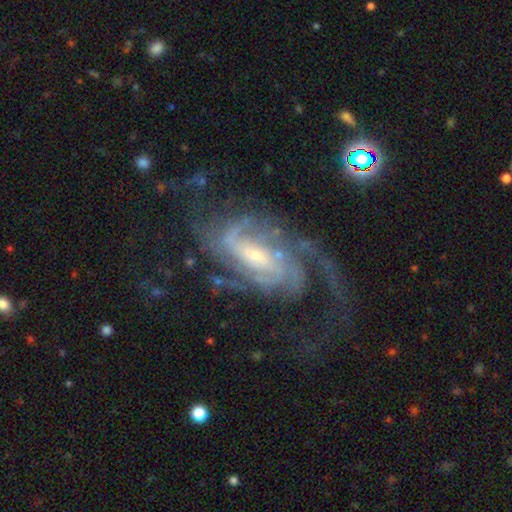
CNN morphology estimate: smooth_or_featured: featured or disk (p=0.90) [alt: star or artifact p=0.06]
disk_edge_on: no (p=0.96) [alt: yes p=0.04]
bar: weak (p=0.43) [alt: no p=0.33]
has_spiral_arms: yes (p=0.98) [alt: no p=0.02]
spiral_winding: medium (p=0.44) [alt: tight p=0.42]
spiral_arm_count: 2 (p=0.30) [alt: 3 p=0.23]
bulge_size: small (p=0.58) [alt: moderate p=0.33]
merging: none (p=0.60) [alt: major disturbance p=0.22]